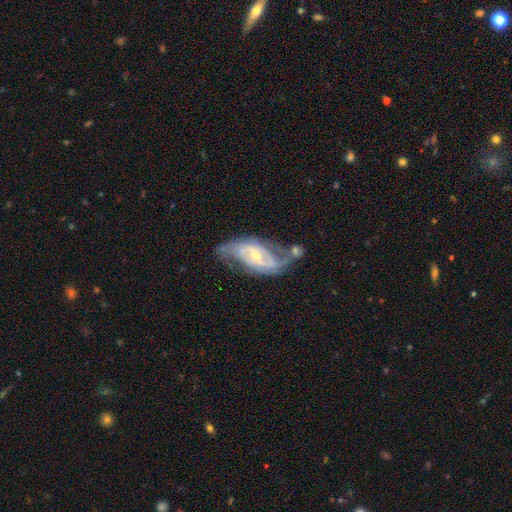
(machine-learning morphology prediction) Smooth or featured? featured or disk (86%)
Edge-on disk? no (95%)
Bar? weak (47%)
Spiral arms? yes (95%)
Spiral winding? medium (48%)
Spiral arm count? 2 (78%)
Bulge size? small (59%)
Merging? none (47%)